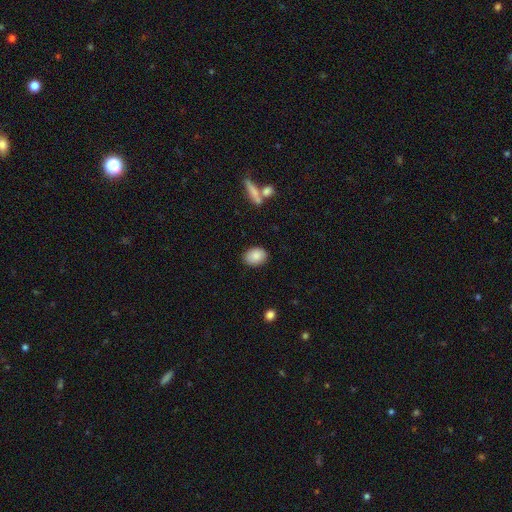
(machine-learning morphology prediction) The model was most divided on "how rounded": in between: 75%, round: 24%, cigar-shaped: 1%. More confident: smooth or featured — smooth (86%); merging — none (85%).